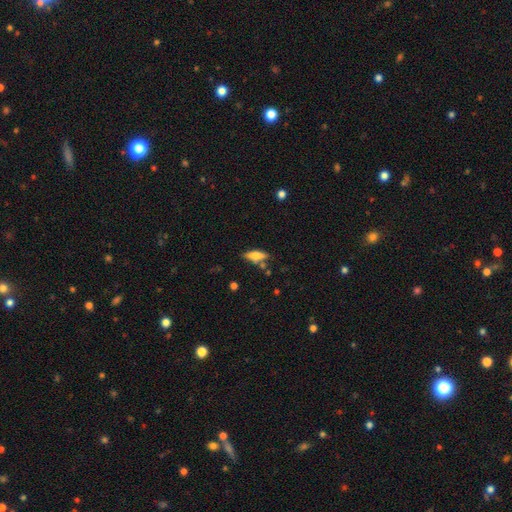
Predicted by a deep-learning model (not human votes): smooth-or-featured: smooth: 57% | featured or disk: 35% | star or artifact: 8%
  how-rounded: in between: 56% | cigar-shaped: 41% | round: 3%
  merging: none: 68% | minor disturbance: 17% | merger: 10% | major disturbance: 5%